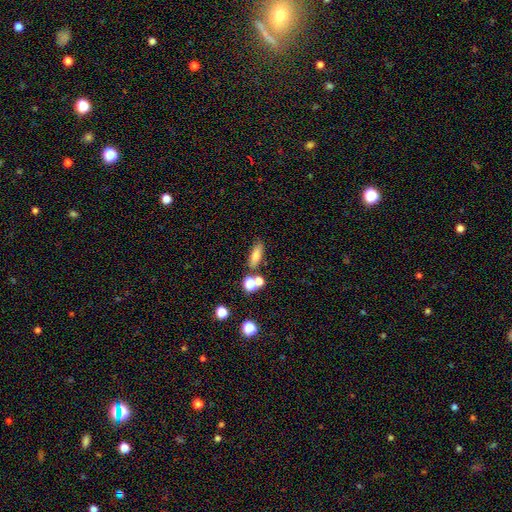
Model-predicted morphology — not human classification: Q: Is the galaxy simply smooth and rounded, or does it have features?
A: smooth — 72%.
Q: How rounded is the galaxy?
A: in between — 62%.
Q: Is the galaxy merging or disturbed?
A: none — 66%.